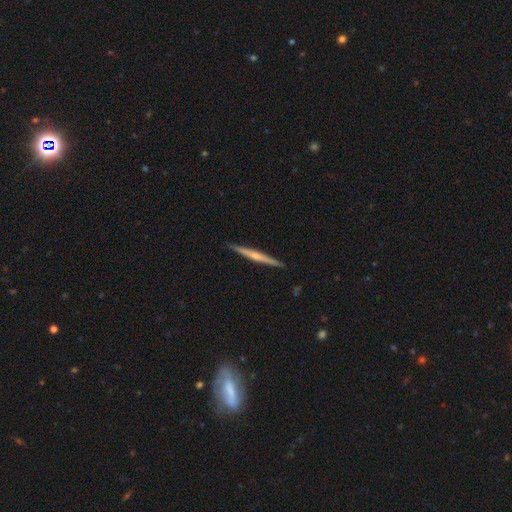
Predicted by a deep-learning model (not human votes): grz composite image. It shows a featured or disk galaxy (62%) viewed edge-on (98%) with a rounded central bulge (62%). Merging: none (92%).